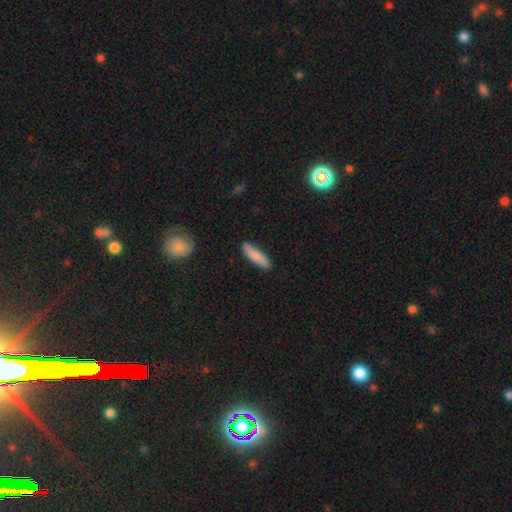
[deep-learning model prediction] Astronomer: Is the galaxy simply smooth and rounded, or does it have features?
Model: smooth — 83%.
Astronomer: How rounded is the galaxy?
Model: cigar-shaped — 74%.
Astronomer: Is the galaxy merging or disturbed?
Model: none — 87%.